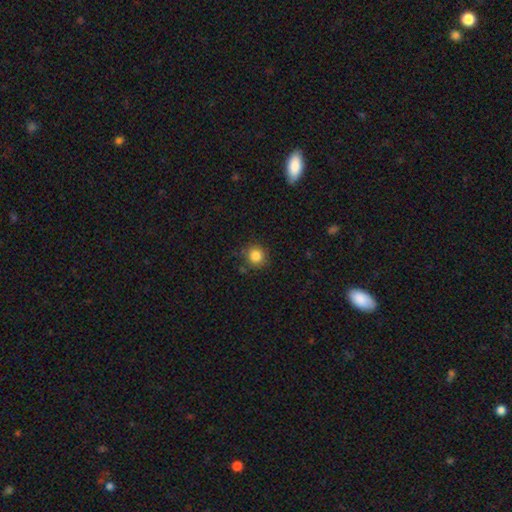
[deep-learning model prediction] Overall: smooth (84%). How rounded: round (90%). Merging: none (84%).